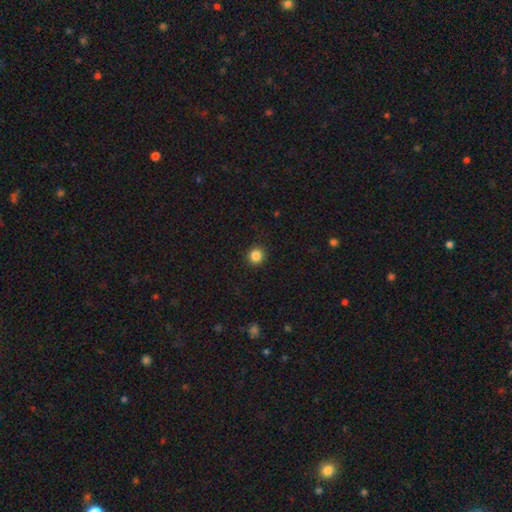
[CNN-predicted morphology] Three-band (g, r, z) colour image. It shows a smooth galaxy with no disk features (86%) that is round (94%). Merging: none (92%).